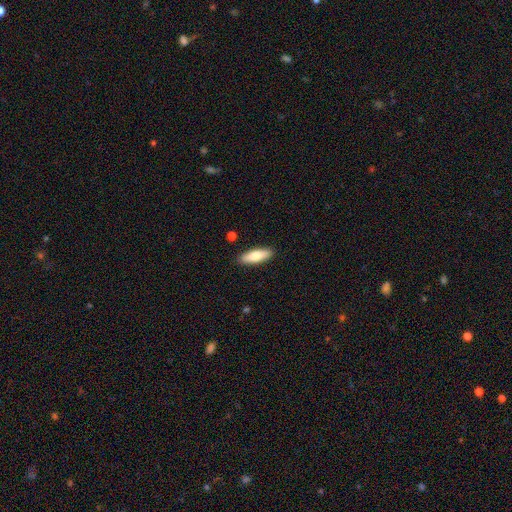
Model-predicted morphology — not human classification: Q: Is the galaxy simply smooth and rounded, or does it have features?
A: smooth — 74%.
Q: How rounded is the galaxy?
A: in between — 55%.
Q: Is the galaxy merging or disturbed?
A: none — 89%.